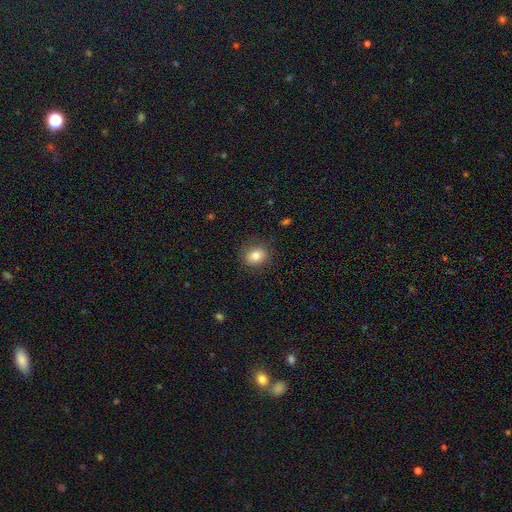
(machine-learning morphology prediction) type=smooth (82%); roundness=round (63%); merging=none (84%).